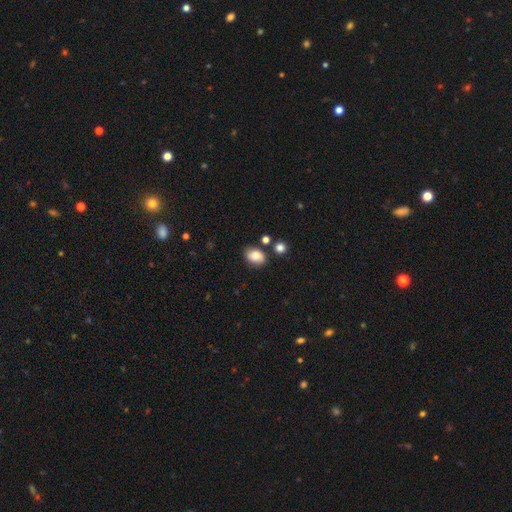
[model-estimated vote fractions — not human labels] Smooth or featured? Predicted: smooth (p=0.81). How rounded? Predicted: in between (p=0.74). Merging? Predicted: none (p=0.71).